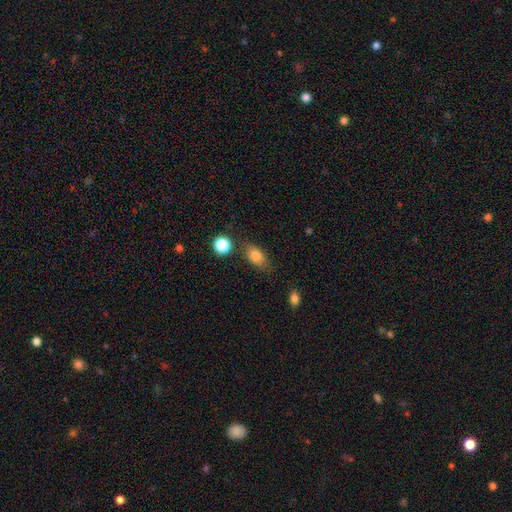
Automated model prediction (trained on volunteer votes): Overall: smooth (82%). How rounded: in between (81%). Merging: none (70%).